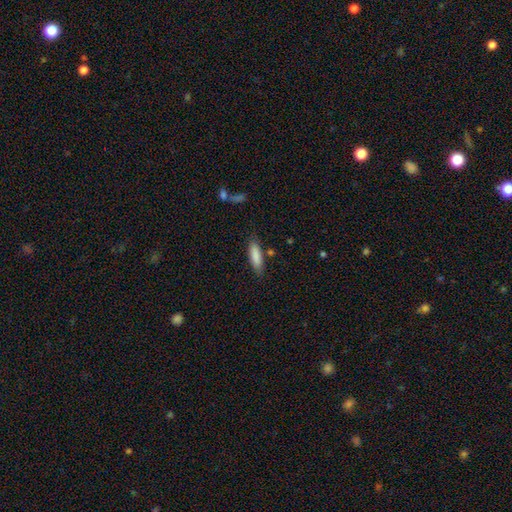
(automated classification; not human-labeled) Smooth or featured?
  - smooth: 86% *
  - featured or disk: 8%
  - star or artifact: 6%
How rounded?
  - cigar-shaped: 54% *
  - in between: 44%
  - round: 2%
Merging?
  - none: 82% *
  - minor disturbance: 12%
  - merger: 3%
  - major disturbance: 3%